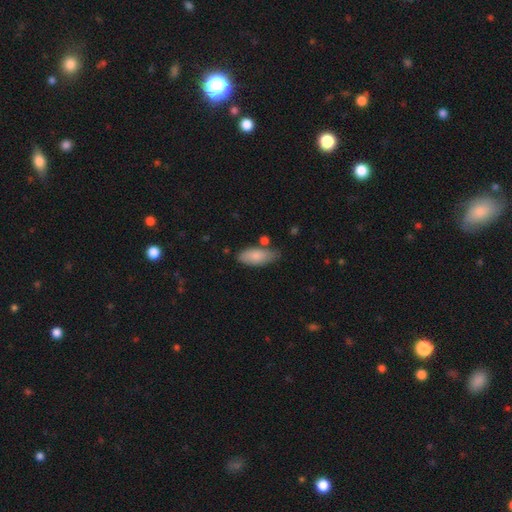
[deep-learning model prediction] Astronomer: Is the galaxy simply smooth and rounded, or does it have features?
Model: smooth — 82%.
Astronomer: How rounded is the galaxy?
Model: in between — 85%.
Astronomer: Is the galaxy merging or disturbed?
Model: none — 67%.